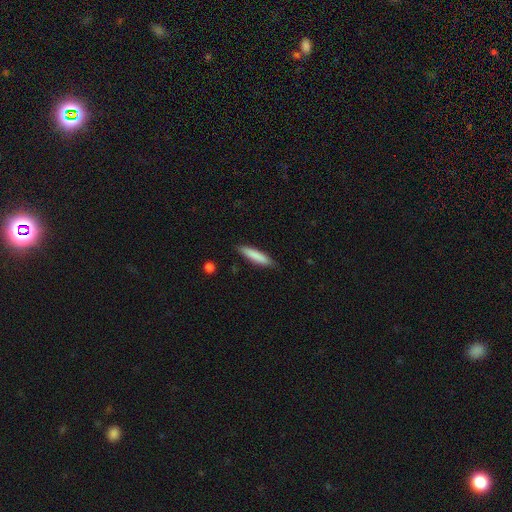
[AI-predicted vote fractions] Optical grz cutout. It shows a smooth galaxy with no disk features (83%) that is cigar-shaped (85%). Merging: none (87%).